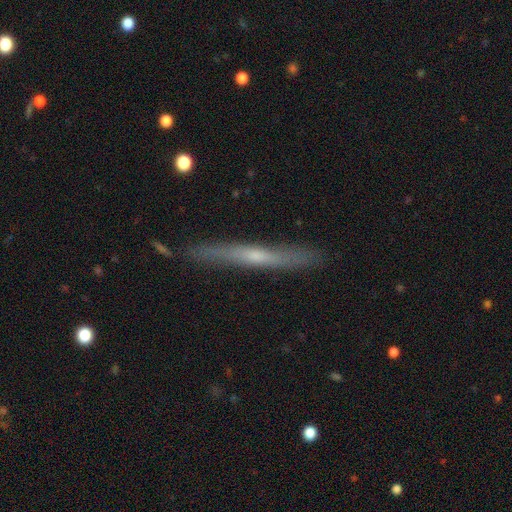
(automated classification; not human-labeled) Morphology: type=featured or disk (55%); edge-on=yes (94%); edge-on bulge=none (47%); merging=none (83%).